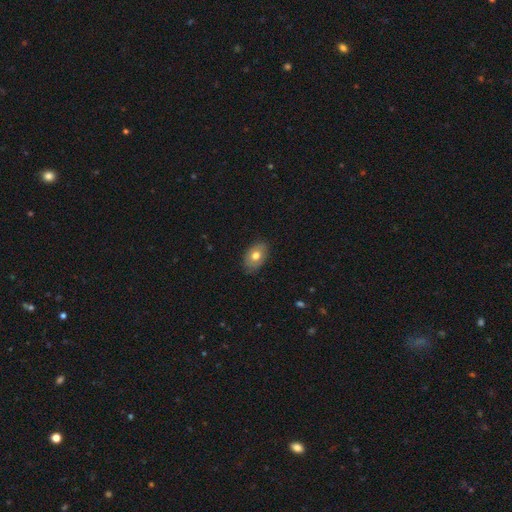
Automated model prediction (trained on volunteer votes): This is likely a smooth galaxy (68%). How rounded: clearly in between (86%). Merging: clearly none (81%).